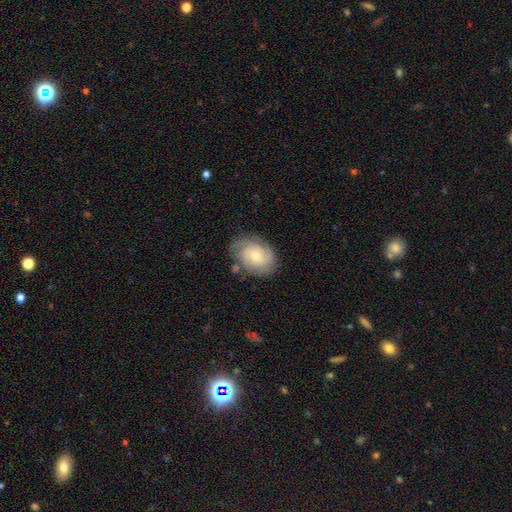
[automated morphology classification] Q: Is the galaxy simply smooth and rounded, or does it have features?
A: featured or disk — 64%.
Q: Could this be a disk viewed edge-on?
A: no — 96%.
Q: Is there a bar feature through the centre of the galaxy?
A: no — 71%.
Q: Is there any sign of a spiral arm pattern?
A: yes — 89%.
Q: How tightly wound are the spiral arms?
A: tight — 59%.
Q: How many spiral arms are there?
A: can't tell — 32%.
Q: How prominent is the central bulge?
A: small — 57%.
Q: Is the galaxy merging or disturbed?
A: none — 73%.